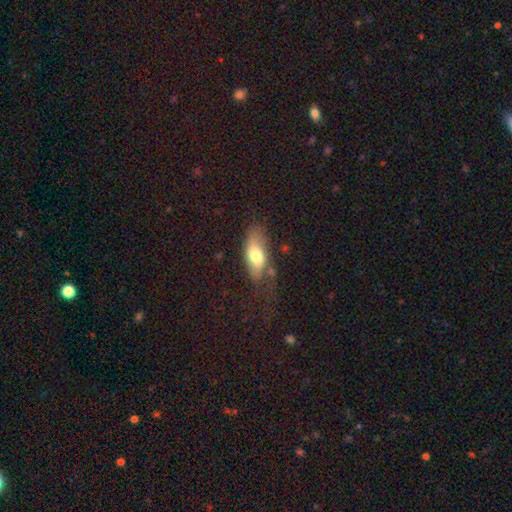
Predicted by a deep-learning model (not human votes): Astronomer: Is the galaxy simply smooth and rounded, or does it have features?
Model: smooth — 70%.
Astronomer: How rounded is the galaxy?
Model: in between — 83%.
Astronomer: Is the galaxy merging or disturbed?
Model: none — 53%.